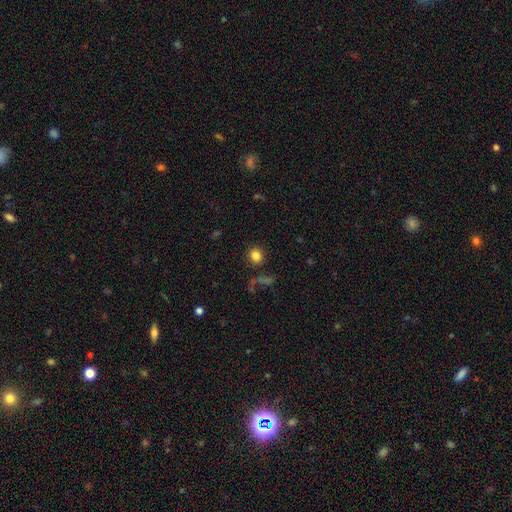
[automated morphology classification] This appears to be a smooth galaxy with no disk features (82%) that is round (81%). Merging: none (85%).